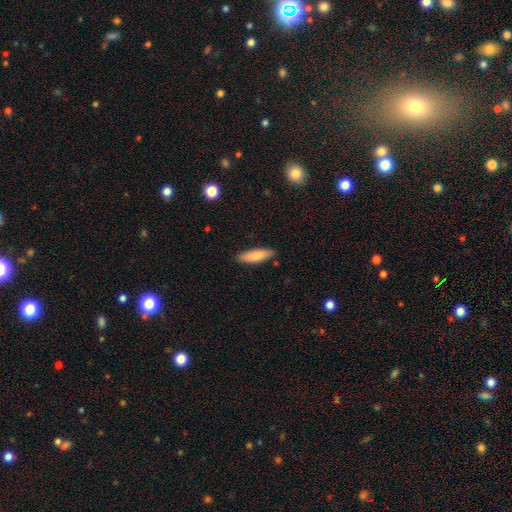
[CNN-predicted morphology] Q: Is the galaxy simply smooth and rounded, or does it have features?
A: smooth — 84%.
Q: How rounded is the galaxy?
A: cigar-shaped — 61%.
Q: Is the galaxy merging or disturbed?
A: none — 87%.